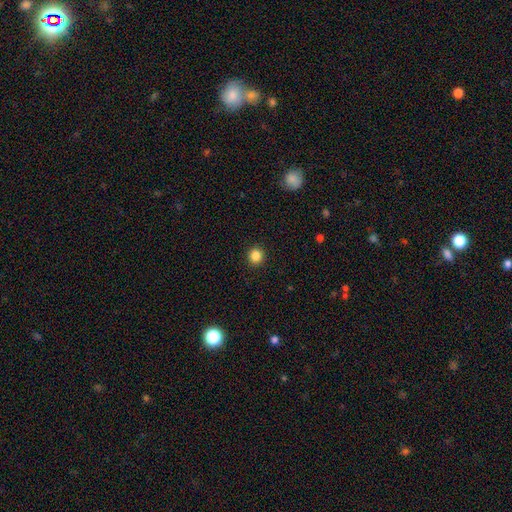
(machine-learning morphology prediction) Smooth or featured? smooth (85%)
How rounded? round (90%)
Merging? none (92%)